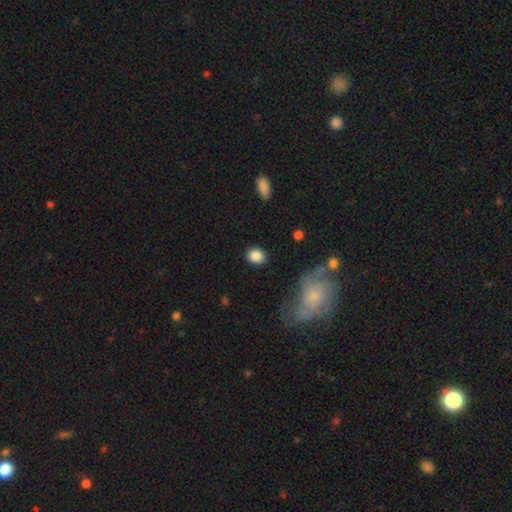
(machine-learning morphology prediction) smooth 87%, star or artifact 8%, featured or disk 5%. Down the decision tree: how rounded — round (55%); merging — none (87%).